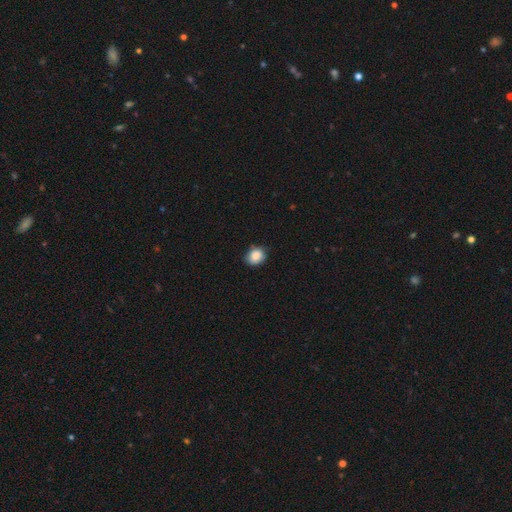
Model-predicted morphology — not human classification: smooth_or_featured: smooth (p=0.87) [alt: star or artifact p=0.08]
how_rounded: round (p=0.59) [alt: in between p=0.40]
merging: none (p=0.74) [alt: minor disturbance p=0.22]